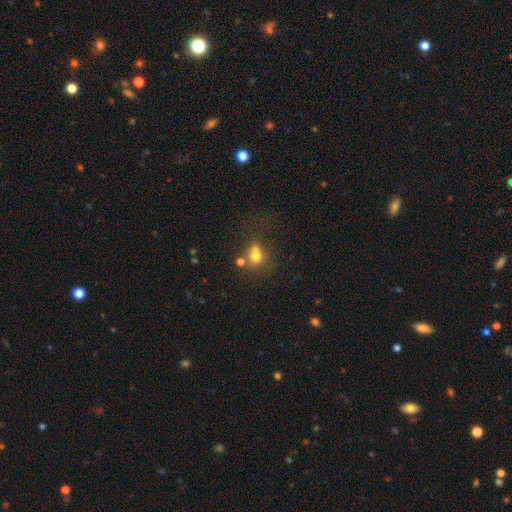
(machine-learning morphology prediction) smooth-or-featured: smooth: 69% | star or artifact: 16% | featured or disk: 15%
  how-rounded: round: 72% | in between: 27% | cigar-shaped: 1%
  merging: merger: 43% | none: 39% | minor disturbance: 11% | major disturbance: 7%